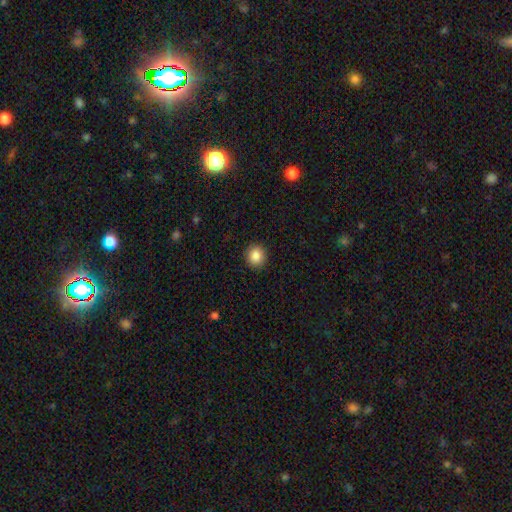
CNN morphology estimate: smooth 87%, star or artifact 9%, featured or disk 4%. Down the decision tree: how rounded — round (88%); merging — none (92%).